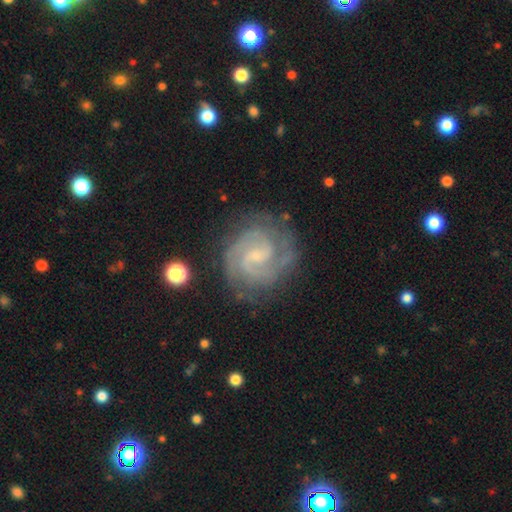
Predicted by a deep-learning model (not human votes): A featured or disk galaxy (90%) with a weak bar (55%), 2 (75%) tight (56%) spiral arms (98%) and a small central bulge (64%). Merging: none (78%).